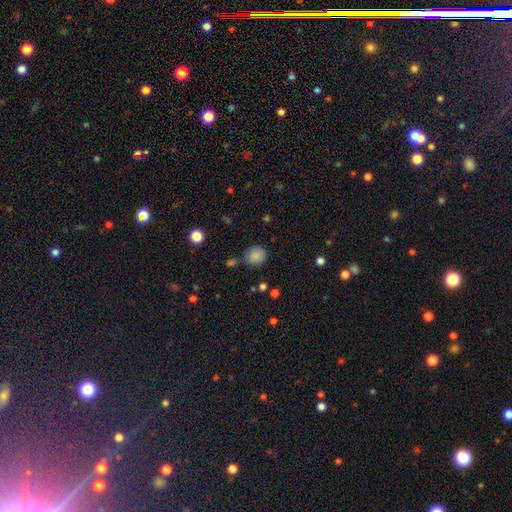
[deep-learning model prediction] Smooth or featured?
  - smooth: 85% *
  - star or artifact: 10%
  - featured or disk: 5%
How rounded?
  - round: 85% *
  - in between: 15%
  - cigar-shaped: 1%
Merging?
  - none: 76% *
  - minor disturbance: 14%
  - merger: 6%
  - major disturbance: 4%